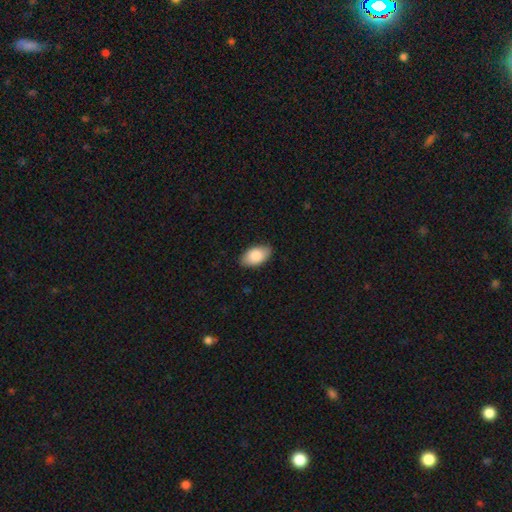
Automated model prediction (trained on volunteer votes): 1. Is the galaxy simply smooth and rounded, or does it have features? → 86% smooth, 8% featured or disk, 6% star or artifact.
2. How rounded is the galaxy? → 95% in between, 4% round, 2% cigar-shaped.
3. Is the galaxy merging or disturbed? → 84% none, 13% minor disturbance, 2% major disturbance, 1% merger.